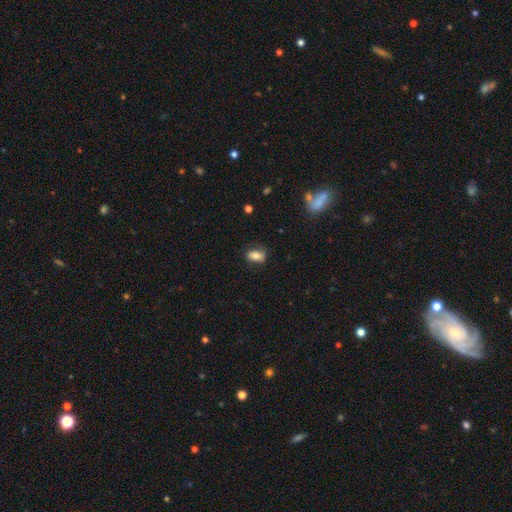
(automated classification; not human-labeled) A smooth galaxy with no disk features (73%) that is in between round and cigar-shaped (84%). Merging: none (69%).